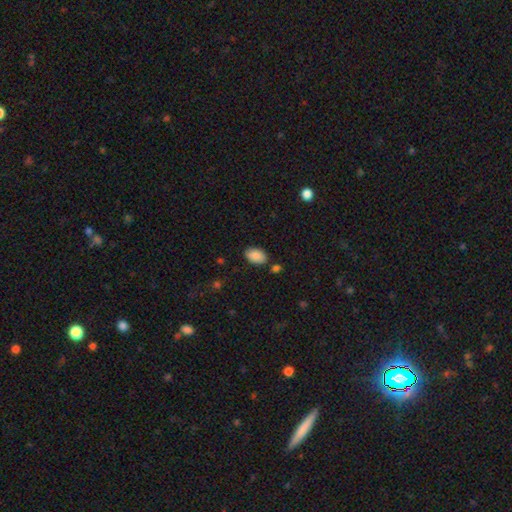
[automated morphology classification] This is clearly a smooth galaxy (89%). How rounded: clearly in between (91%). Merging: clearly none (81%).